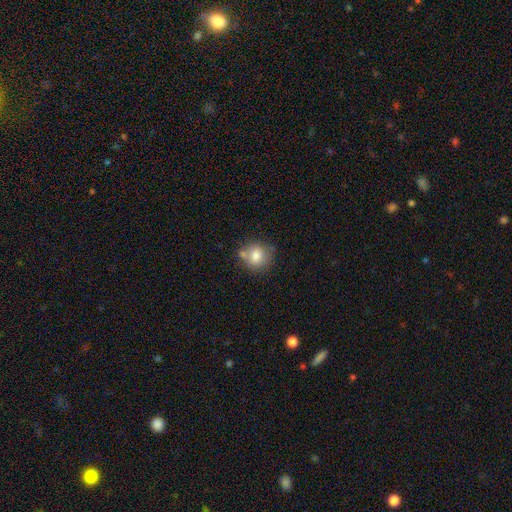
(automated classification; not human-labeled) This appears to be a smooth galaxy with no disk features (78%) that is round (81%). Merging: none (62%).